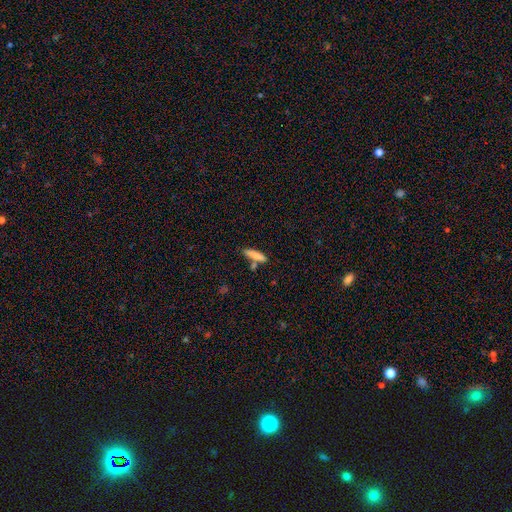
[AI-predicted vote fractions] Smooth or featured? Predicted: smooth (p=0.81). How rounded? Predicted: cigar-shaped (p=0.78). Merging? Predicted: none (p=0.71).